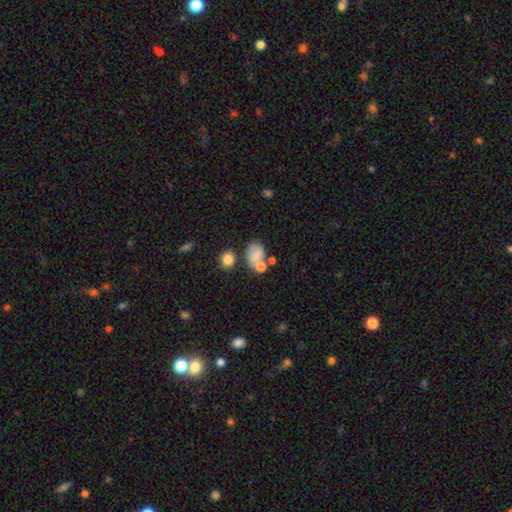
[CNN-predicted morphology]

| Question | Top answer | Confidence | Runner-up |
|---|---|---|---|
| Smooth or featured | smooth | 74% | featured or disk (14%) |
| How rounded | in between | 71% | round (27%) |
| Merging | none | 43% | merger (28%) |